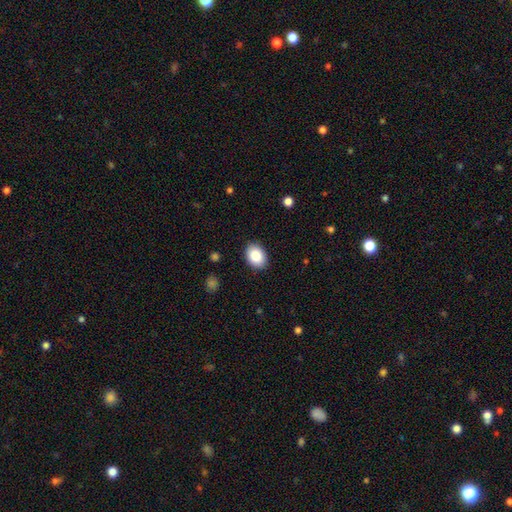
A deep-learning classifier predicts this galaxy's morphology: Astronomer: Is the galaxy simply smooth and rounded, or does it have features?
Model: smooth — 88%.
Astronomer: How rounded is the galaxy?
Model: in between — 73%.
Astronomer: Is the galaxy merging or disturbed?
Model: none — 88%.